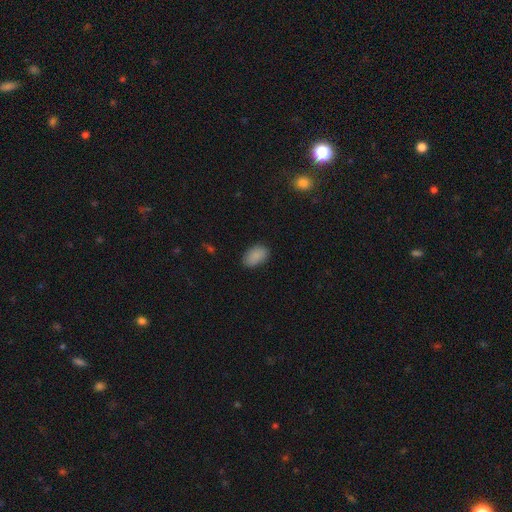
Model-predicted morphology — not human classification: Smooth or featured? smooth (88%)
How rounded? in between (91%)
Merging? none (83%)